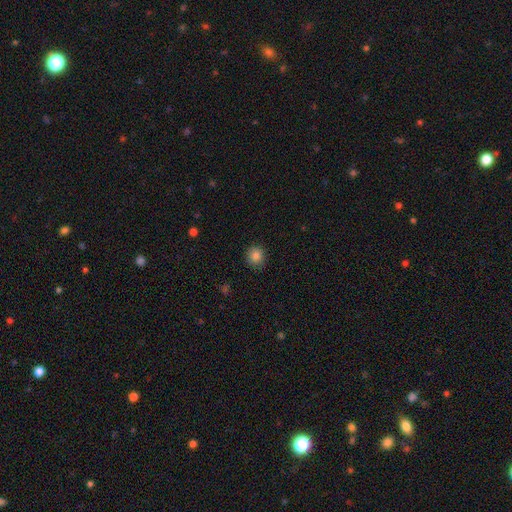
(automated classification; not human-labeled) A smooth galaxy with no disk features (84%) that is round (88%). Merging: none (89%).